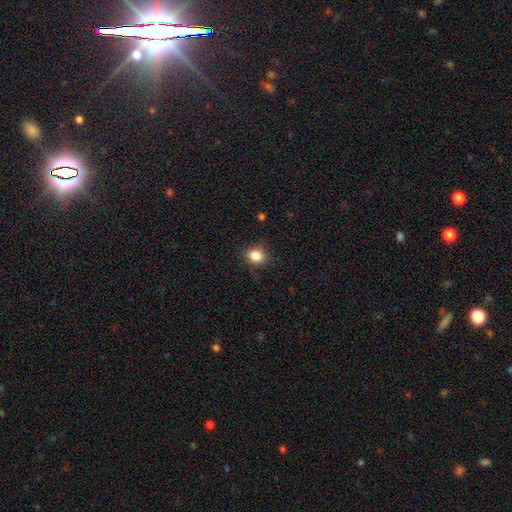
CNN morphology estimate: type=smooth (85%); roundness=round (62%); merging=none (82%).